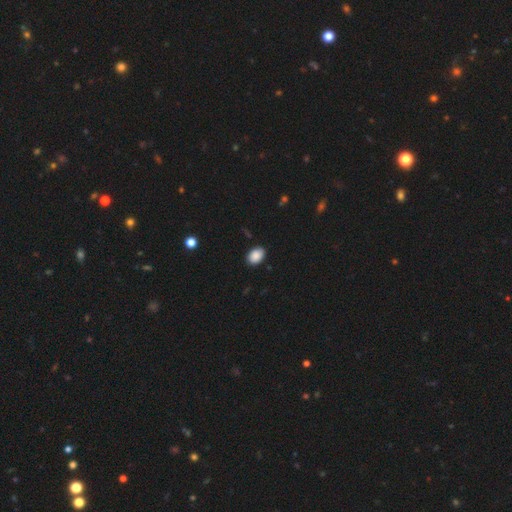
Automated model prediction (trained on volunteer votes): Q: Smooth or featured?
A: smooth (89%); runner-up: star or artifact (8%)
Q: How rounded?
A: in between (79%); runner-up: round (20%)
Q: Merging?
A: none (88%); runner-up: minor disturbance (9%)